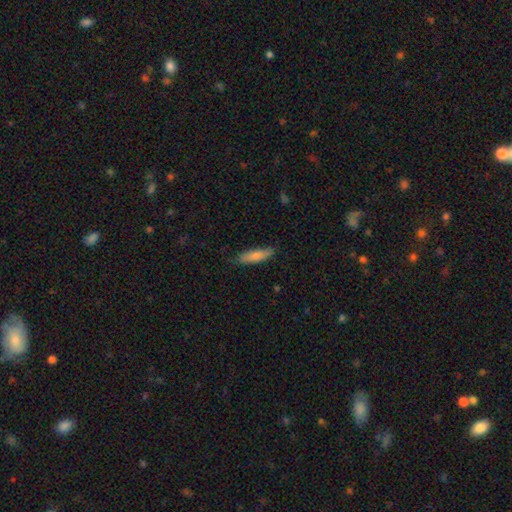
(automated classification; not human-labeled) Smooth or featured: smooth — 82% (featured or disk — 12%)
How rounded: cigar-shaped — 64% (in between — 34%)
Merging: none — 78% (minor disturbance — 18%)